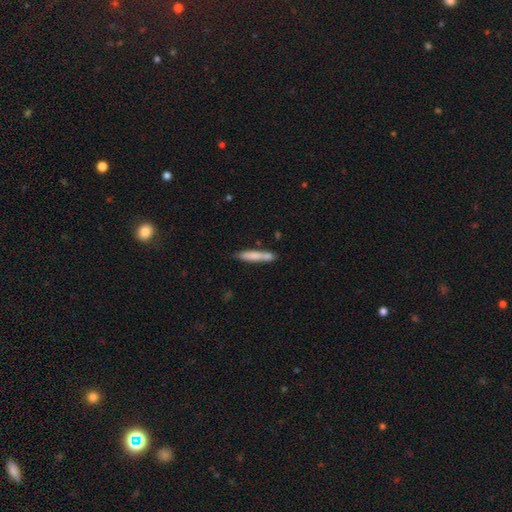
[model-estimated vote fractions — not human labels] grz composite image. It shows a smooth galaxy with no disk features (72%) that is cigar-shaped (90%). Merging: none (66%).